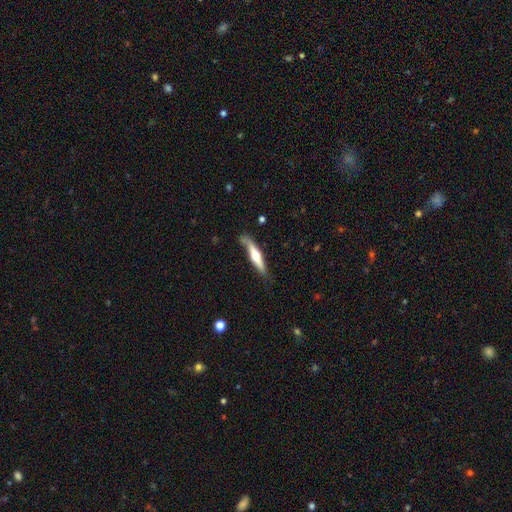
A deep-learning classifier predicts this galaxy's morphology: Q: Smooth or featured?
A: featured or disk (55%); runner-up: smooth (40%)
Q: Edge-on disk?
A: yes (92%); runner-up: no (8%)
Q: Edge-on bulge?
A: rounded (91%); runner-up: none (5%)
Q: Merging?
A: none (70%); runner-up: minor disturbance (22%)